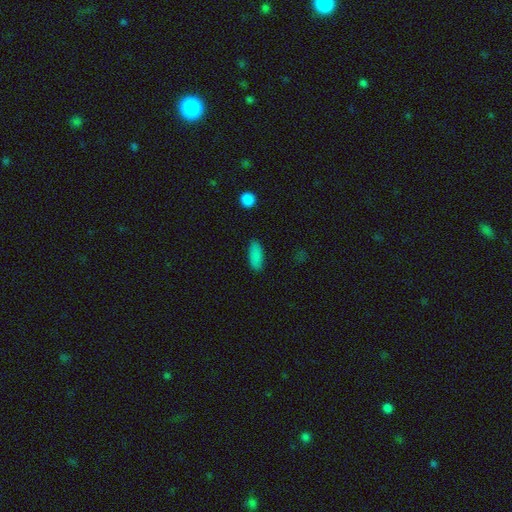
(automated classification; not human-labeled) Morphology: type=smooth (86%); roundness=in between (74%); merging=none (84%).